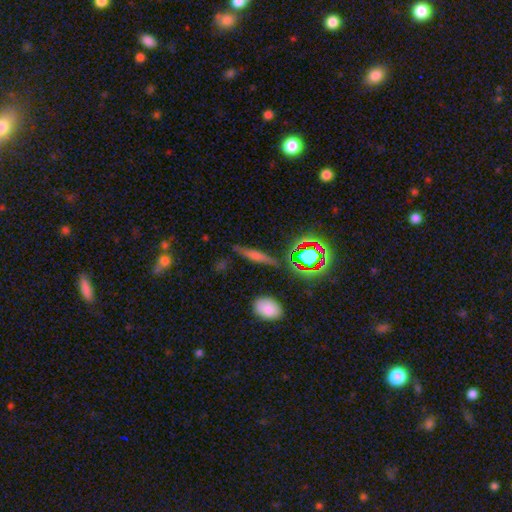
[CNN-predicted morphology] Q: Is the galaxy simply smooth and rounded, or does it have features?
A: featured or disk — 41%, tied with smooth.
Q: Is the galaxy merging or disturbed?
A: none — 83%.